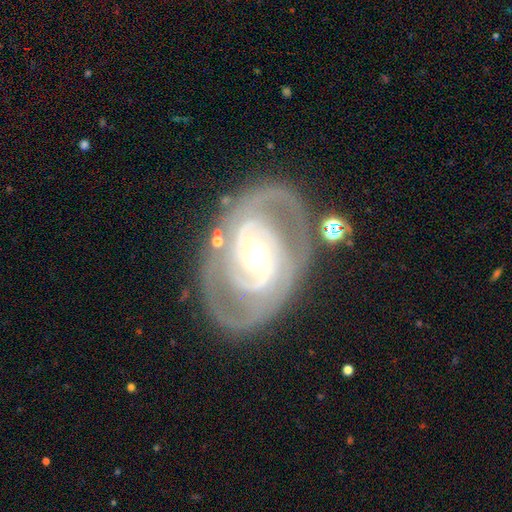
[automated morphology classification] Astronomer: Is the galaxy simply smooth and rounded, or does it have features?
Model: featured or disk — 89%.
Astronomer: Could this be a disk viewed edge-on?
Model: no — 96%.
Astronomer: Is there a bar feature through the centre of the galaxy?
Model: no — 40% (runner-up: weak, 38%).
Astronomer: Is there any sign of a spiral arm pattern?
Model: yes — 94%.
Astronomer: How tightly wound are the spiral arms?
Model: tight — 60%.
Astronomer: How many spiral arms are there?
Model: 2 — 62%.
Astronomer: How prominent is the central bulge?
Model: moderate — 62%.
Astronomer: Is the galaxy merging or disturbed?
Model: none — 75%.